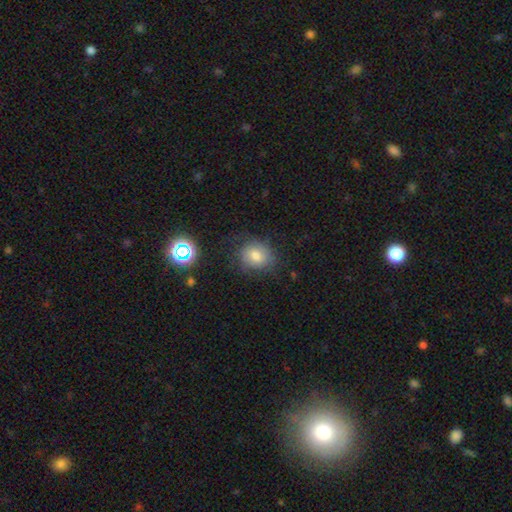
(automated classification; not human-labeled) Smooth or featured? smooth (73%)
How rounded? round (65%)
Merging? none (71%)